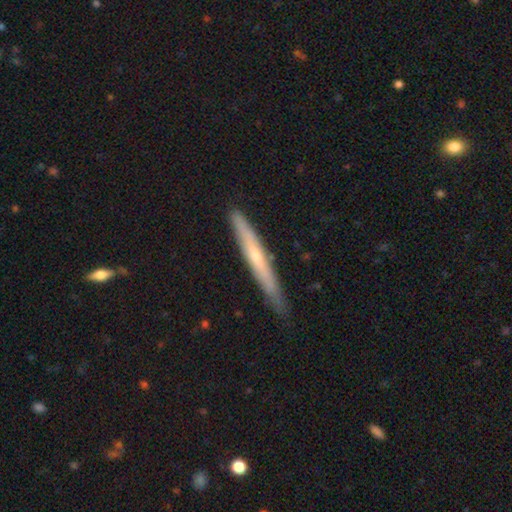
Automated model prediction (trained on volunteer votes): This is possibly a featured or disk galaxy (51%). It is clearly viewed edge-on (92%). Merging: clearly none (81%).